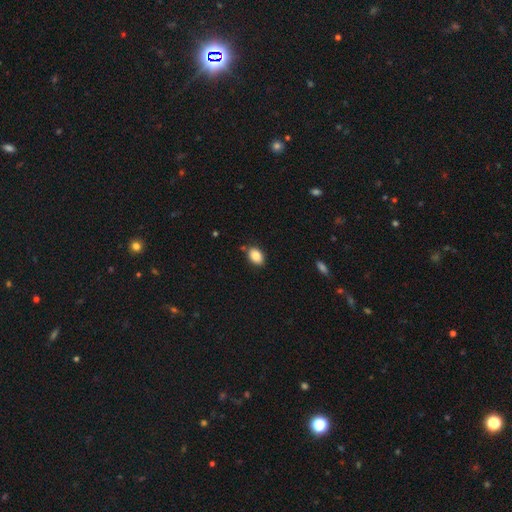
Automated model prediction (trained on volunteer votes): The model was most divided on "merging": none: 79%, minor disturbance: 15%, merger: 4%, major disturbance: 3%. More confident: smooth or featured — smooth (87%); how rounded — in between (85%).